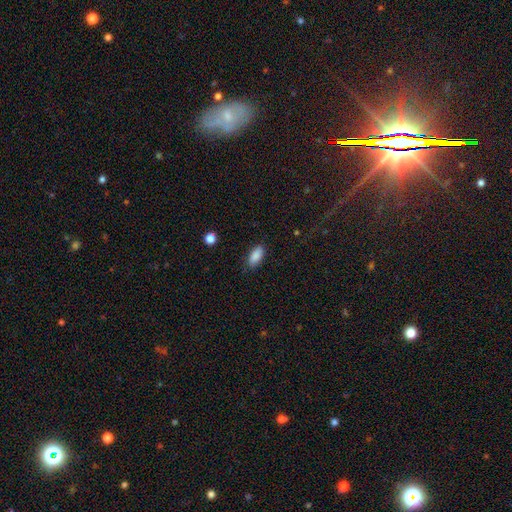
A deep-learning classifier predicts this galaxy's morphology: Smooth or featured: smooth — 88% (star or artifact — 8%)
How rounded: in between — 88% (cigar-shaped — 9%)
Merging: none — 83% (minor disturbance — 13%)